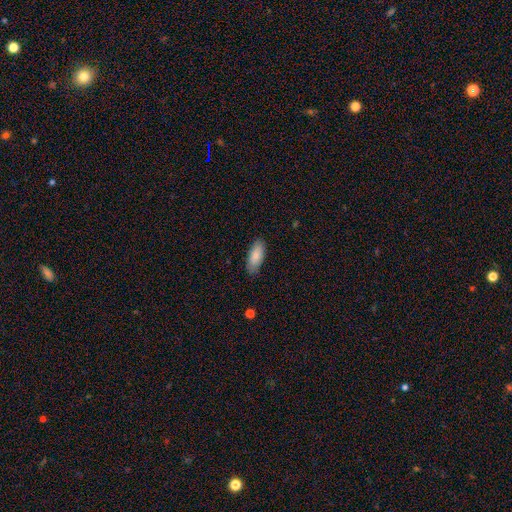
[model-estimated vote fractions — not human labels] Smooth or featured? smooth (86%)
How rounded? in between (78%)
Merging? none (84%)